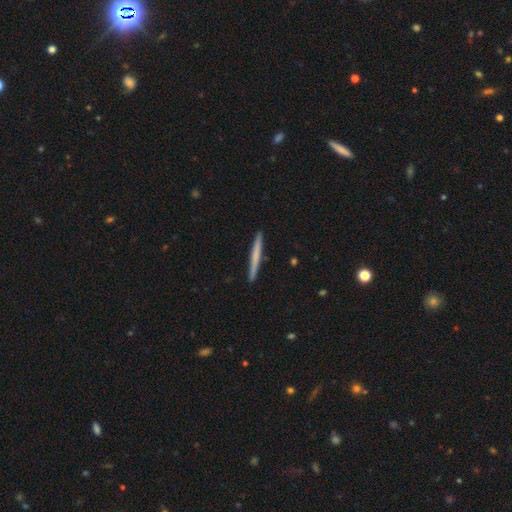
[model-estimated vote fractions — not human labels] Smooth or featured? smooth (60%)
How rounded? cigar-shaped (97%)
Merging? none (92%)